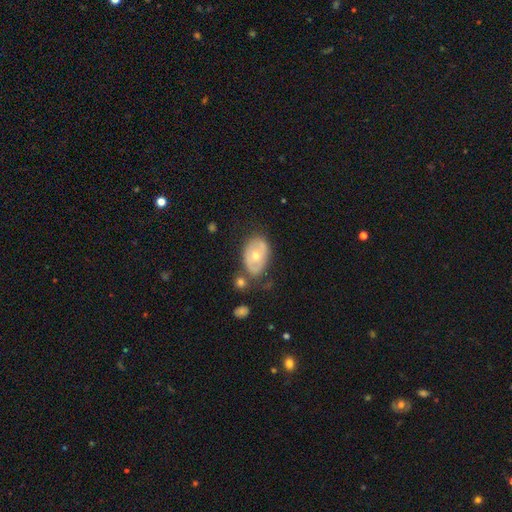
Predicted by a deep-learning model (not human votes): Smooth or featured?
  - featured or disk: 52% *
  - smooth: 41%
  - star or artifact: 7%
Edge-on disk?
  - no: 92% *
  - yes: 8%
Merging?
  - none: 60% *
  - minor disturbance: 22%
  - merger: 10%
  - major disturbance: 8%